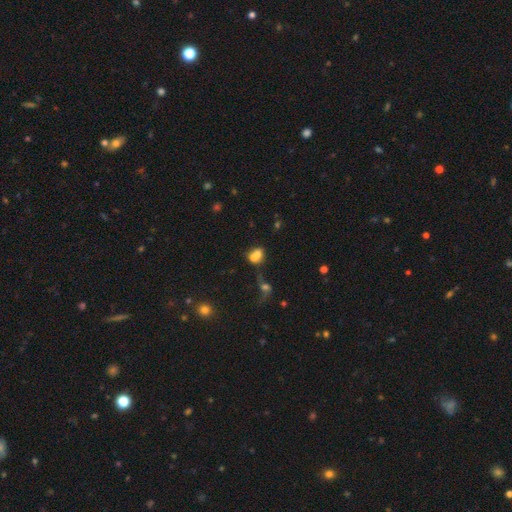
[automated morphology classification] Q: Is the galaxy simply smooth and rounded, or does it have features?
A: smooth — 67%.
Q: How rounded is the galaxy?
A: round — 49%, tied with in between.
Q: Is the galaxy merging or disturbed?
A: merger — 64%.